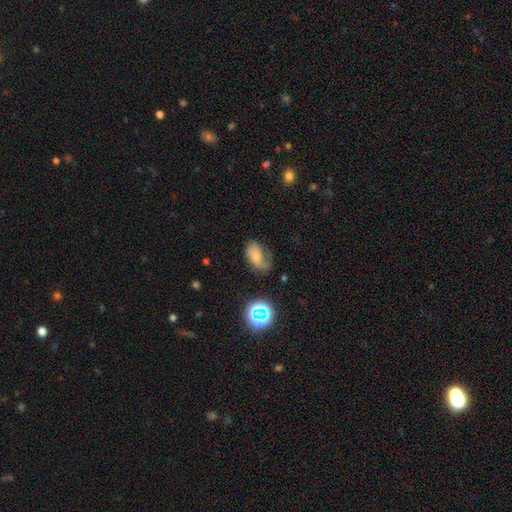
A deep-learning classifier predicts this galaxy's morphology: This appears to be a smooth galaxy with no disk features (45%). Merging: none (40%).